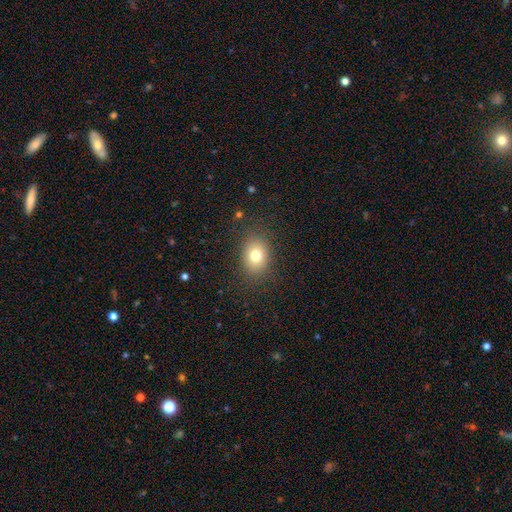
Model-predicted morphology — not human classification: Overall: smooth (77%). How rounded: in between (63%; round 36%). Merging: none (85%).